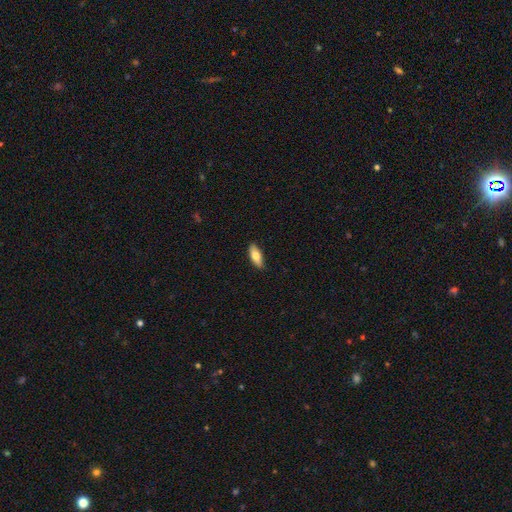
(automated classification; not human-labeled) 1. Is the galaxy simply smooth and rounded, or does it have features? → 74% smooth, 20% featured or disk, 6% star or artifact.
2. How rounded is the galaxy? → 71% in between, 27% cigar-shaped, 2% round.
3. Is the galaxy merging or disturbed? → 88% none, 9% minor disturbance, 2% major disturbance, 1% merger.